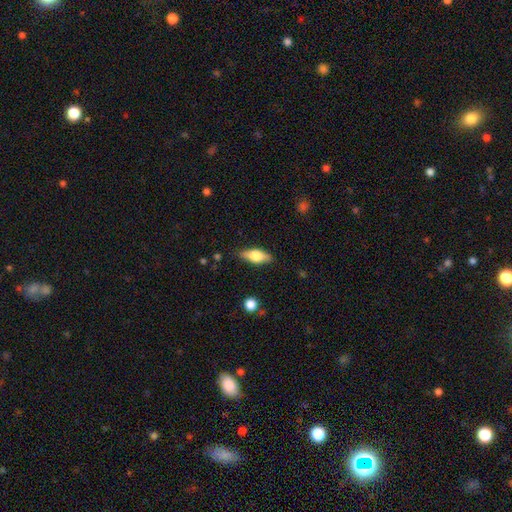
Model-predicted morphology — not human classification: A smooth galaxy with no disk features (60%) that is in between round and cigar-shaped (74%). Merging: none (84%).